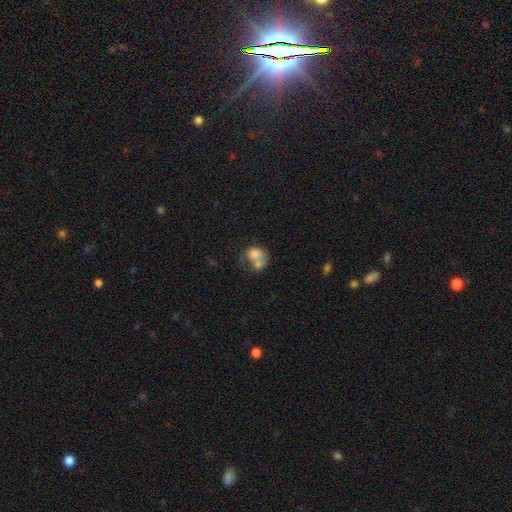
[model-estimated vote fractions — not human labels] Smooth or featured? Predicted: smooth (p=0.66). How rounded? Predicted: in between (p=0.55). Merging? Predicted: merger (p=0.57).